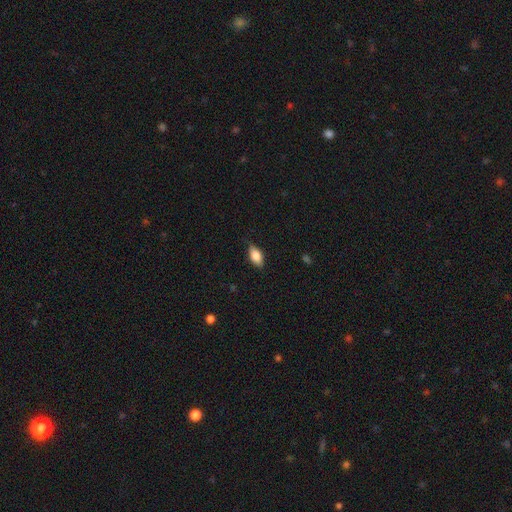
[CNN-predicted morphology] This is likely a smooth galaxy (75%). How rounded: clearly in between (87%). Merging: likely none (79%).